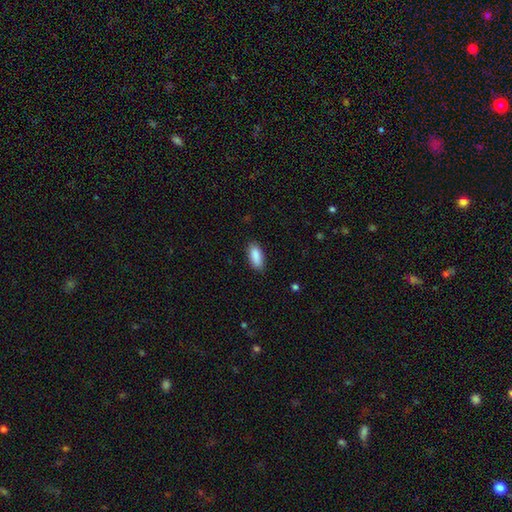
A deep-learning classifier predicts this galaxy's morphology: This is clearly a smooth galaxy (90%). How rounded: clearly in between (83%). Merging: clearly none (86%).